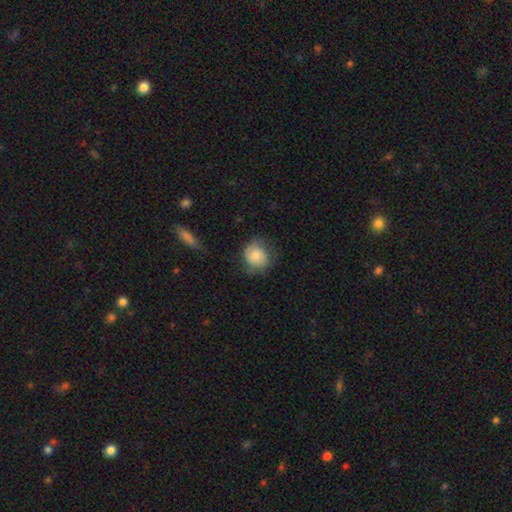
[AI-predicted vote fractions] smooth_or_featured: smooth (p=0.73) [alt: featured or disk p=0.19]
how_rounded: round (p=0.81) [alt: in between p=0.18]
merging: none (p=0.61) [alt: minor disturbance p=0.27]